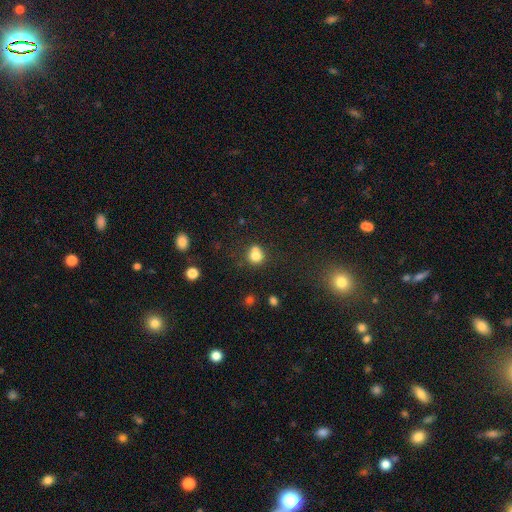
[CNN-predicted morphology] A smooth galaxy with no disk features (77%) that is round (77%).

Vote fractions:
- Smooth or featured? smooth: 77% / star or artifact: 13% / featured or disk: 11%
- How rounded? round: 77% / in between: 22% / cigar-shaped: 1%
- Merging? none: 47% / merger: 33% / minor disturbance: 15% / major disturbance: 6%